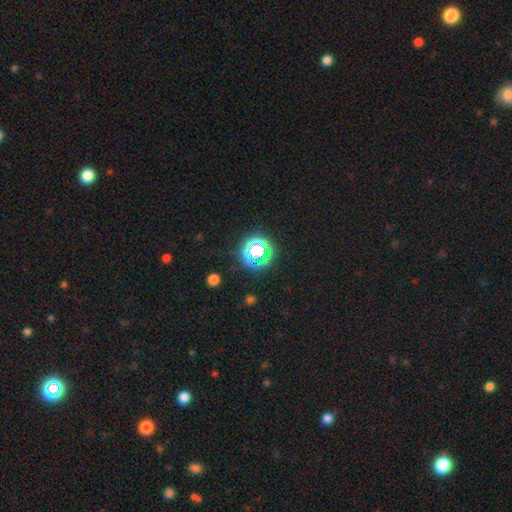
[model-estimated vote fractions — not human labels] smooth_or_featured: star or artifact (p=0.69) [alt: smooth p=0.21]